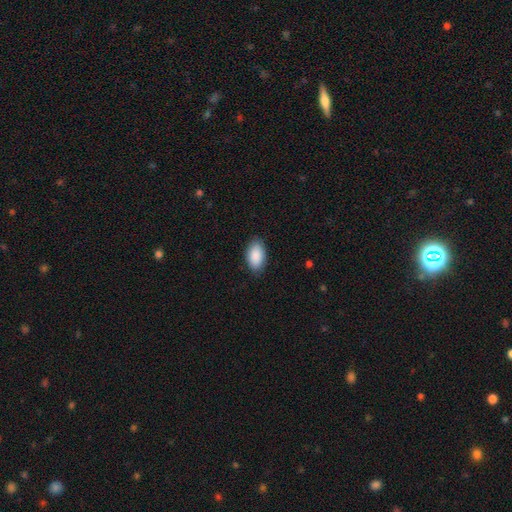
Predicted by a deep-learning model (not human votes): This appears to be a smooth galaxy with no disk features (90%) that is in between round and cigar-shaped (95%). Merging: none (86%).